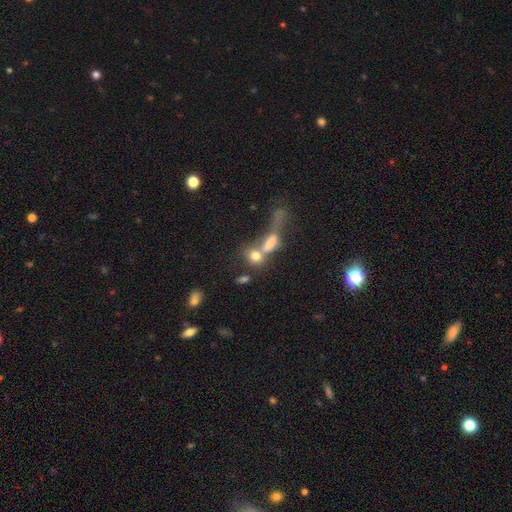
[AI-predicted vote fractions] smooth 71%, featured or disk 17%, star or artifact 13%. Down the decision tree: how rounded — in between (50%); merging — merger (59%).